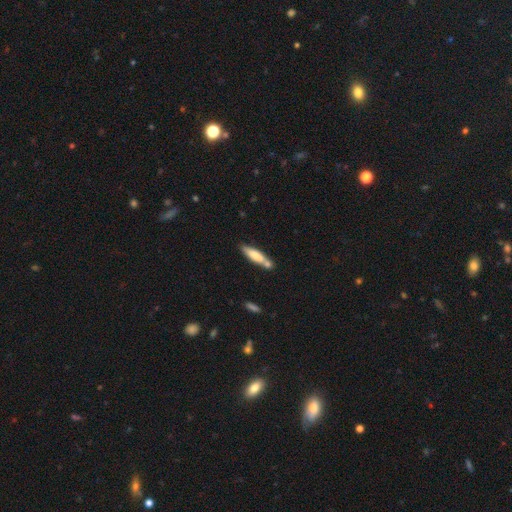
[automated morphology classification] Smooth or featured? Predicted: smooth (p=0.67). How rounded? Predicted: cigar-shaped (p=0.75). Merging? Predicted: none (p=0.59).